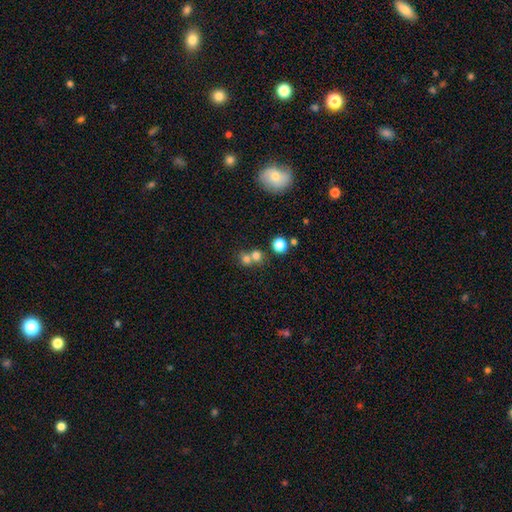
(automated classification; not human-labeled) smooth_or_featured: smooth (p=0.73) [alt: star or artifact p=0.16]
how_rounded: round (p=0.83) [alt: in between p=0.16]
merging: merger (p=0.49) [alt: none p=0.42]